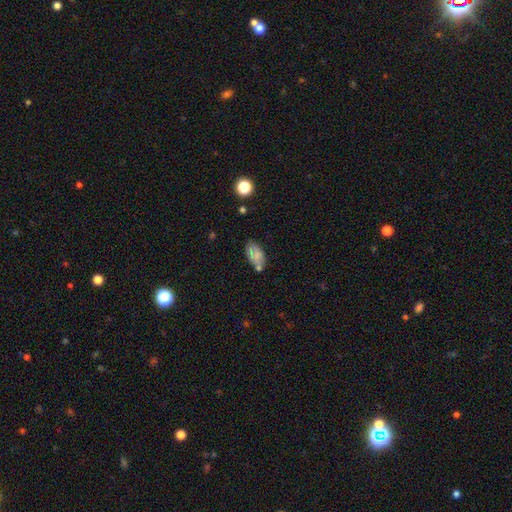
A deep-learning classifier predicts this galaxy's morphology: This is likely a smooth galaxy (74%). How rounded: clearly in between (92%). Merging: possibly none (58%).